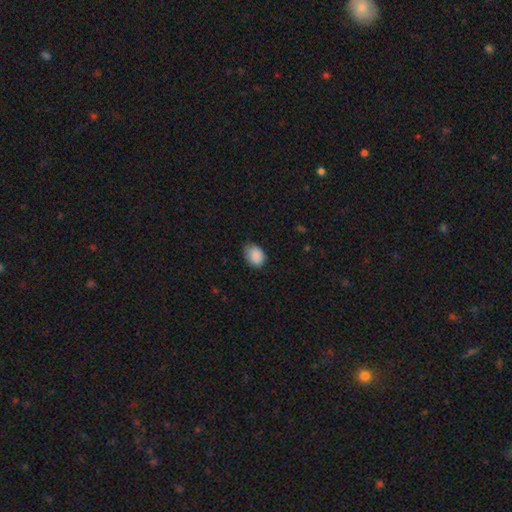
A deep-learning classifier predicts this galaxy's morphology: smooth_or_featured: smooth (p=0.89) [alt: star or artifact p=0.07]
how_rounded: in between (p=0.68) [alt: round p=0.31]
merging: none (p=0.71) [alt: minor disturbance p=0.25]